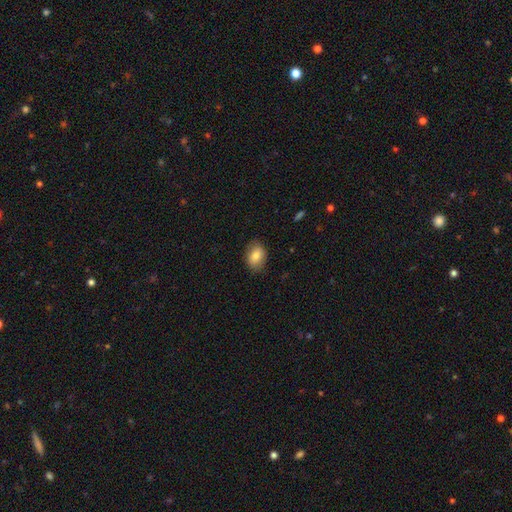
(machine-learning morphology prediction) Smooth or featured? smooth (80%)
How rounded? in between (71%)
Merging? none (84%)